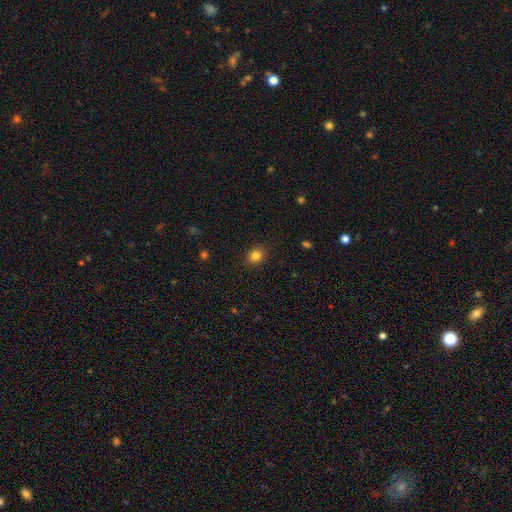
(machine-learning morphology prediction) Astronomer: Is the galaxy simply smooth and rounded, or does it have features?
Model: smooth — 83%.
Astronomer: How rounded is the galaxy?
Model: round — 73%.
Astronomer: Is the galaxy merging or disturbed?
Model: none — 90%.